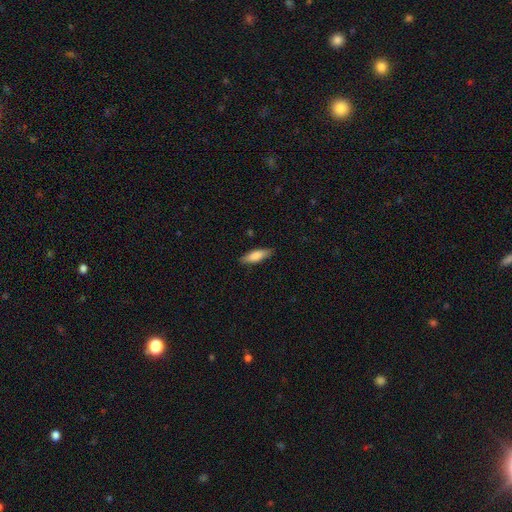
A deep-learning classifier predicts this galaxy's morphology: Q: Smooth or featured?
A: smooth (80%); runner-up: featured or disk (14%)
Q: How rounded?
A: cigar-shaped (50%); runner-up: in between (48%)
Q: Merging?
A: none (86%); runner-up: minor disturbance (10%)